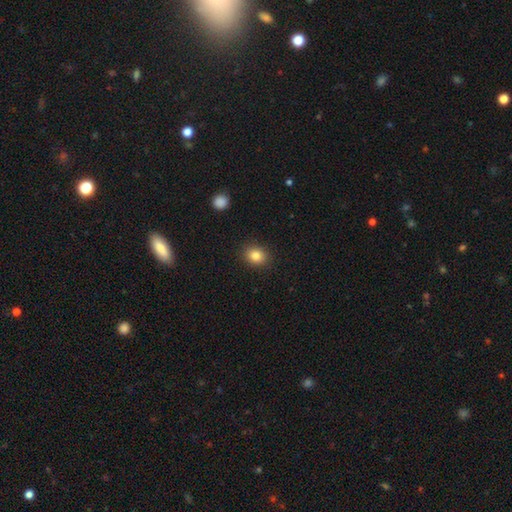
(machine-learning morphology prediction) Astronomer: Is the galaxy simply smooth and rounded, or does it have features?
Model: smooth — 84%.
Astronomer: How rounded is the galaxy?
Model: round — 56% (runner-up: in between, 43%).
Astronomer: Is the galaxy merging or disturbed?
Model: none — 89%.